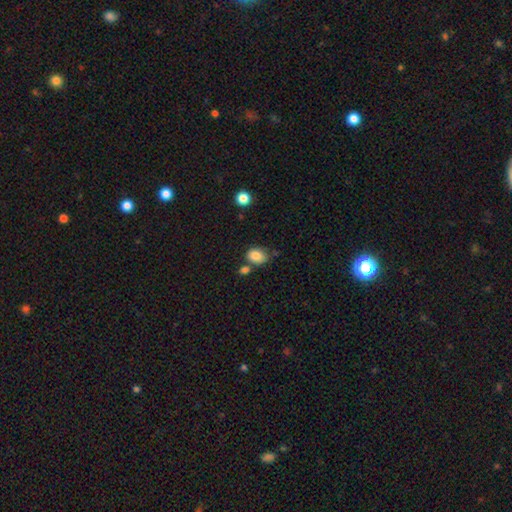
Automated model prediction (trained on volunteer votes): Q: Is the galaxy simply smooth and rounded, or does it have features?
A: smooth — 85%.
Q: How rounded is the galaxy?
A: in between — 69%.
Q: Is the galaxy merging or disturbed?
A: none — 56%.